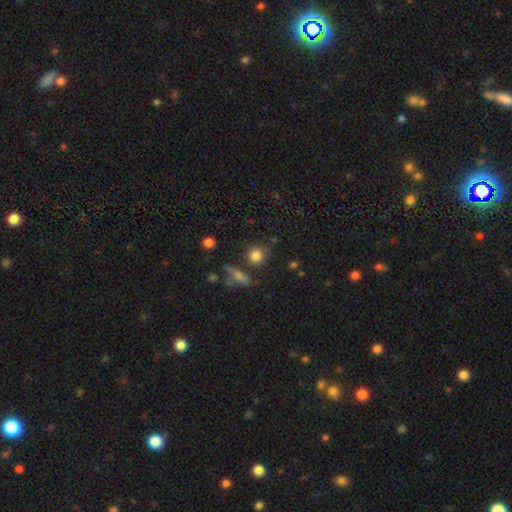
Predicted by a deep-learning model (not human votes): smooth-or-featured: smooth: 82% | star or artifact: 11% | featured or disk: 7%
  how-rounded: round: 83% | in between: 14% | cigar-shaped: 2%
  merging: none: 74% | minor disturbance: 11% | merger: 10% | major disturbance: 4%